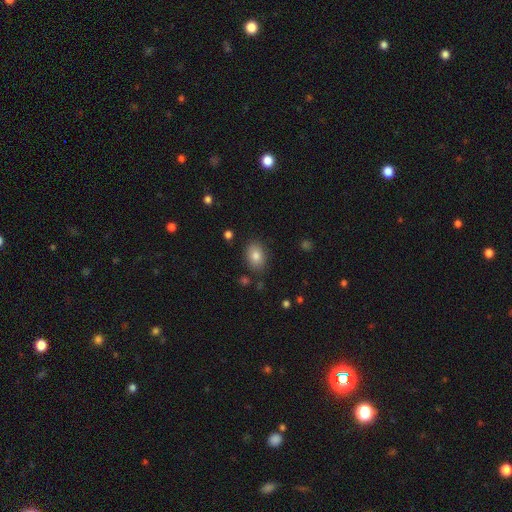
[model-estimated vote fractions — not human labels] Morphology: type=smooth (82%); roundness=in between (78%); merging=none (84%).